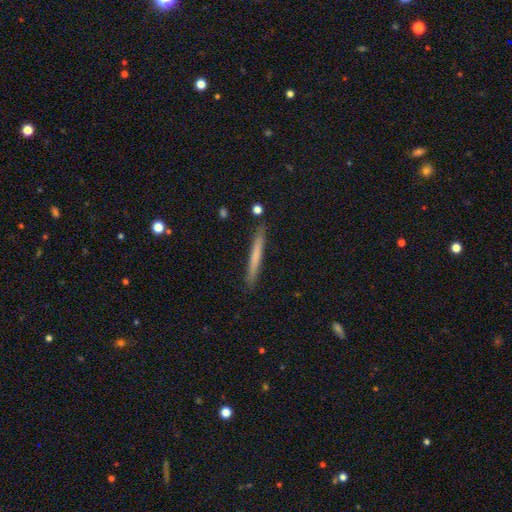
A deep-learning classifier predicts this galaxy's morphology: Overall: smooth (64%; featured or disk 30%). How rounded: cigar-shaped (97%). Merging: none (89%).